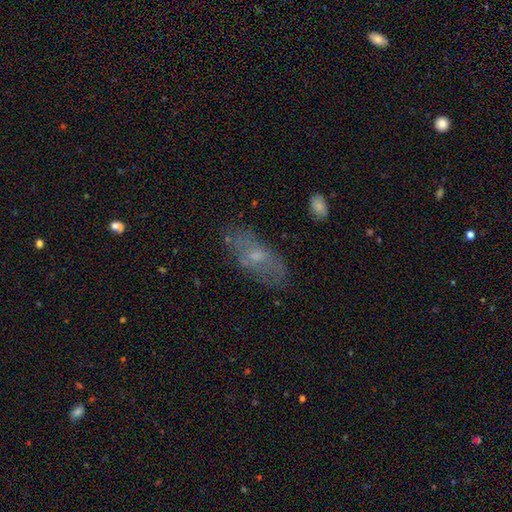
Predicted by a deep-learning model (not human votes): This appears to be a smooth galaxy with no disk features (48%). Merging: none (72%).